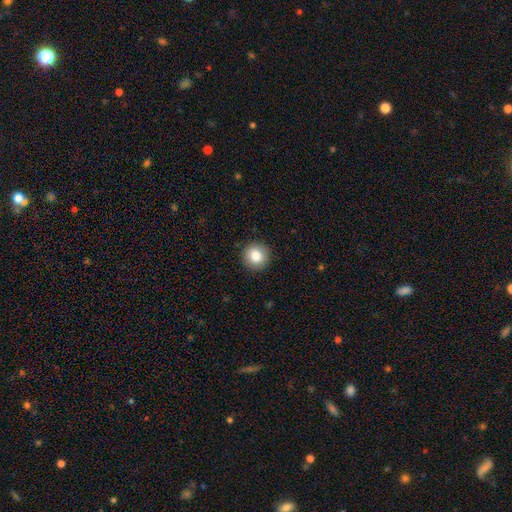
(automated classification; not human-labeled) smooth 83%, star or artifact 9%, featured or disk 8%. Down the decision tree: how rounded — round (94%); merging — none (92%).